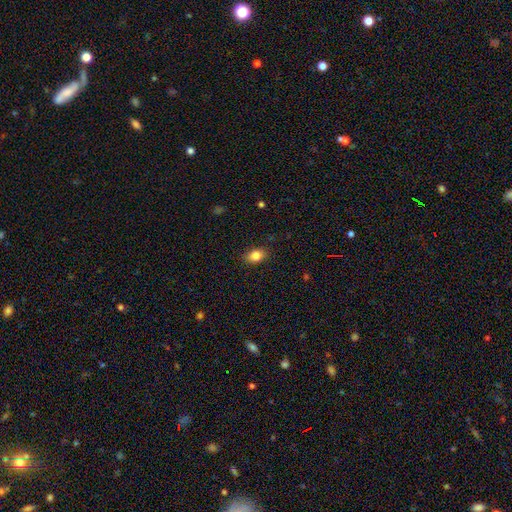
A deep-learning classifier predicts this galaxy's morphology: The model was most divided on "how rounded": in between: 82%, round: 17%, cigar-shaped: 2%. More confident: merging — none (87%); smooth or featured — smooth (84%).